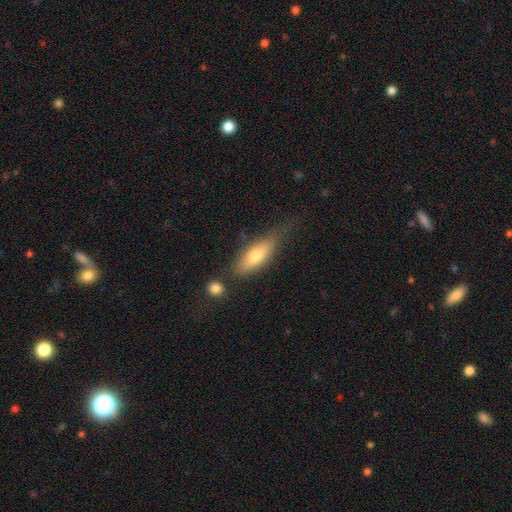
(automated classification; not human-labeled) Smooth or featured? smooth (63%)
How rounded? in between (53%)
Merging? none (59%)